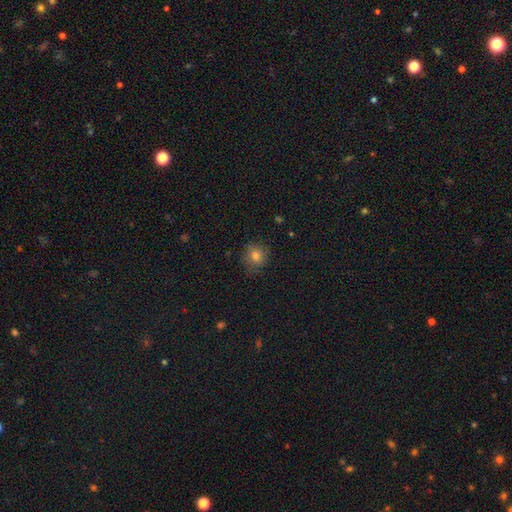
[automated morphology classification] Smooth or featured: smooth — 77% (star or artifact — 13%)
How rounded: round — 84% (in between — 15%)
Merging: none — 79% (minor disturbance — 16%)